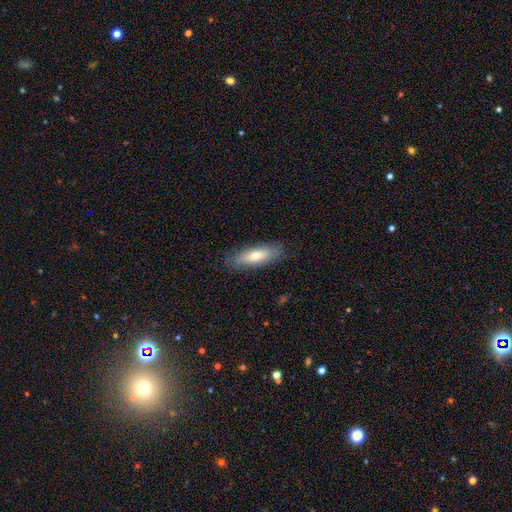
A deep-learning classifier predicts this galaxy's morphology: Smooth or featured? Predicted: smooth (p=0.67). How rounded? Predicted: cigar-shaped (p=0.54). Merging? Predicted: none (p=0.86).